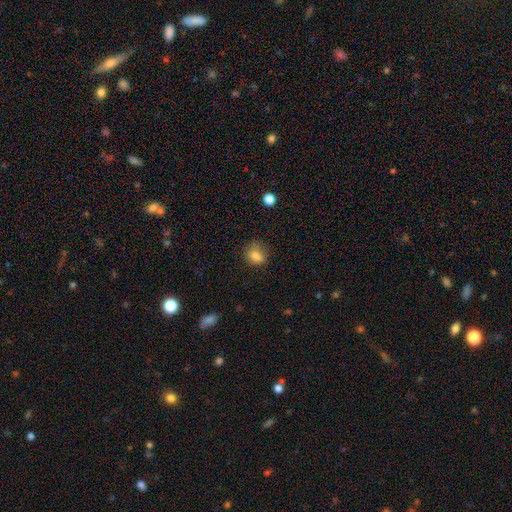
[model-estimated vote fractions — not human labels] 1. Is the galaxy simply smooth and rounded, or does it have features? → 80% smooth, 11% star or artifact, 9% featured or disk.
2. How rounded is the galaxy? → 59% round, 39% in between, 1% cigar-shaped.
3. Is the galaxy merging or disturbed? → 64% none, 24% minor disturbance, 9% major disturbance, 3% merger.